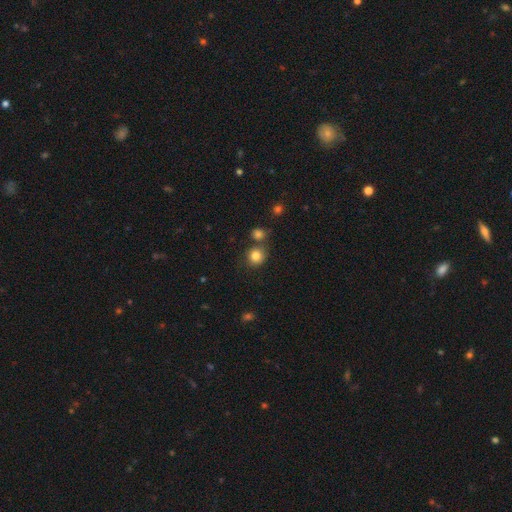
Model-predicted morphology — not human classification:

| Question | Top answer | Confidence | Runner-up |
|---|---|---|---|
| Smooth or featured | smooth | 83% | star or artifact (11%) |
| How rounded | round | 87% | in between (12%) |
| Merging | none | 71% | merger (16%) |